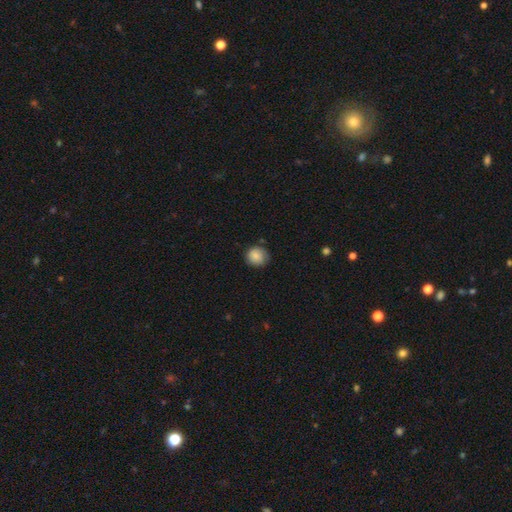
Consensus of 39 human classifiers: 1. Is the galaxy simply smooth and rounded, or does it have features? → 90% smooth, 8% featured or disk, 3% star or artifact.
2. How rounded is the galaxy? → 77% round, 23% in between, 0% cigar-shaped.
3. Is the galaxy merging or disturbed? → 76% none, 21% minor disturbance, 3% major disturbance, 0% merger.